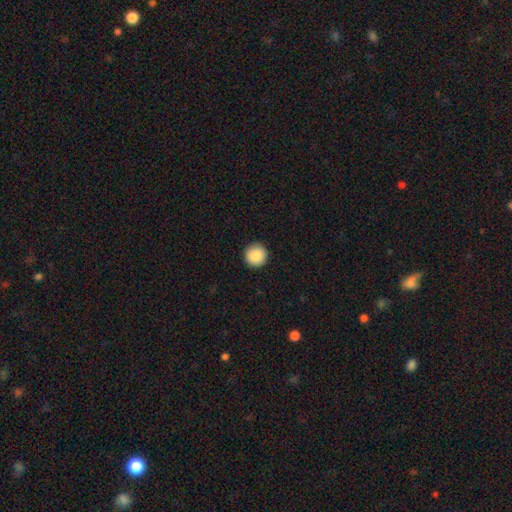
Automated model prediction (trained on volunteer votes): Morphology: type=smooth (89%); roundness=round (96%); merging=none (93%).